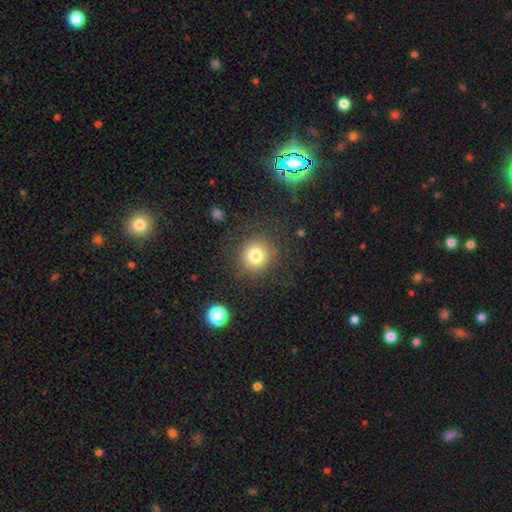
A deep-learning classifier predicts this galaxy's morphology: Smooth or featured?
  - smooth: 78% *
  - star or artifact: 13%
  - featured or disk: 9%
How rounded?
  - round: 87% *
  - in between: 12%
  - cigar-shaped: 1%
Merging?
  - none: 84% *
  - minor disturbance: 9%
  - major disturbance: 5%
  - merger: 2%